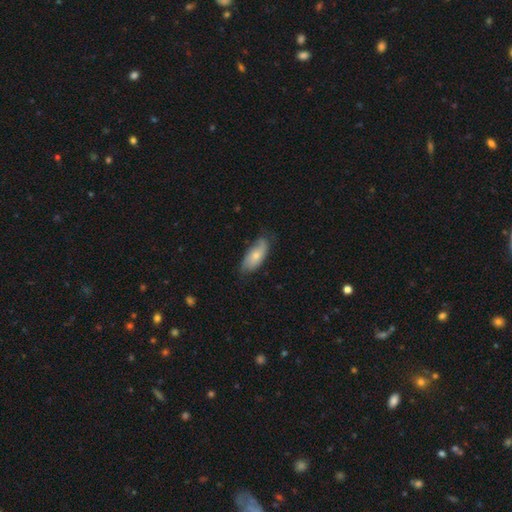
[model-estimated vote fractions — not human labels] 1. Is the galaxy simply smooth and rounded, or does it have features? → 60% smooth, 34% featured or disk, 6% star or artifact.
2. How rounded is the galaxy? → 85% in between, 12% cigar-shaped, 3% round.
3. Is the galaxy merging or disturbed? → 65% none, 27% minor disturbance, 6% major disturbance, 1% merger.